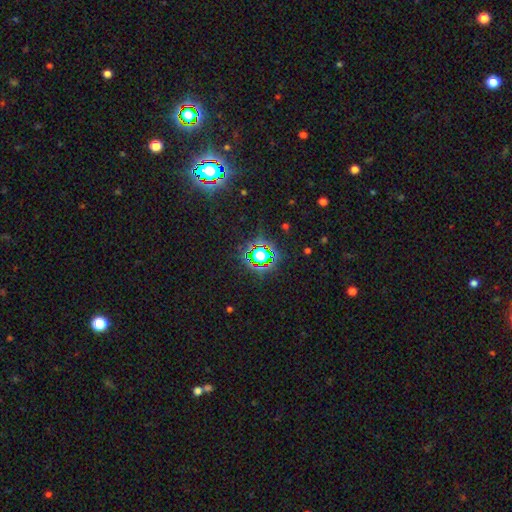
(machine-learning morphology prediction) smooth-or-featured: star or artifact: 69% | smooth: 21% | featured or disk: 10%